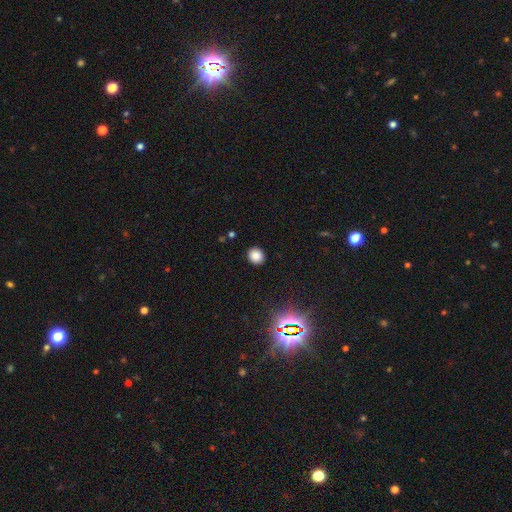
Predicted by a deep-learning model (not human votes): Q: Smooth or featured?
A: smooth (84%); runner-up: star or artifact (12%)
Q: How rounded?
A: round (82%); runner-up: in between (17%)
Q: Merging?
A: none (91%); runner-up: minor disturbance (6%)